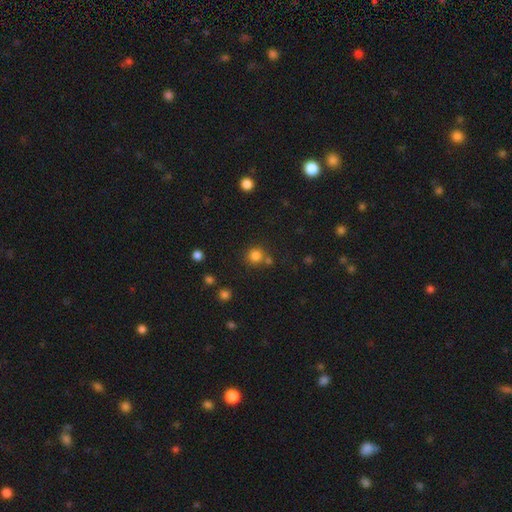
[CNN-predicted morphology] The model was most divided on "merging": none: 71%, merger: 17%, minor disturbance: 9%, major disturbance: 3%. More confident: how rounded — round (92%); smooth or featured — smooth (81%).